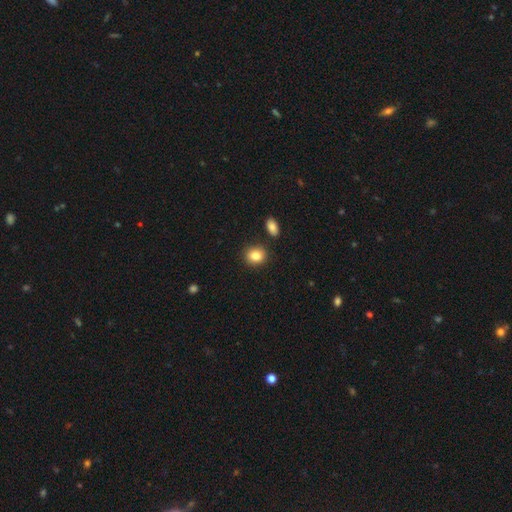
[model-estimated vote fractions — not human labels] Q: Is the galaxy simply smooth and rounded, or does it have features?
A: smooth — 84%.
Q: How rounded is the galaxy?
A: round — 66%.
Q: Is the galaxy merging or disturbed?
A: none — 85%.